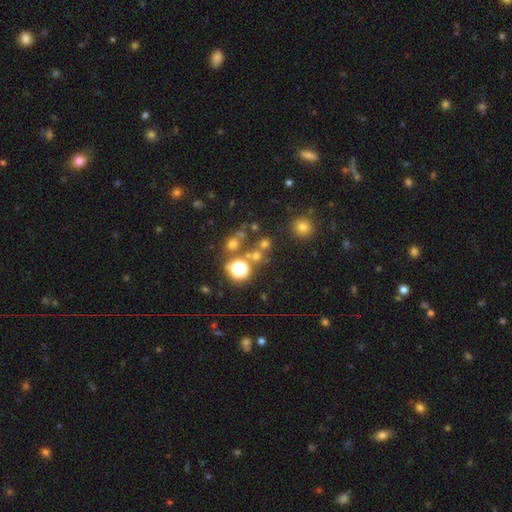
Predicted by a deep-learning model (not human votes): A smooth galaxy with no disk features (55%) that is round (88%).

Vote fractions:
- Smooth or featured? smooth: 55% / star or artifact: 35% / featured or disk: 10%
- How rounded? round: 88% / in between: 11% / cigar-shaped: 1%
- Merging? none: 66% / merger: 21% / minor disturbance: 8% / major disturbance: 5%